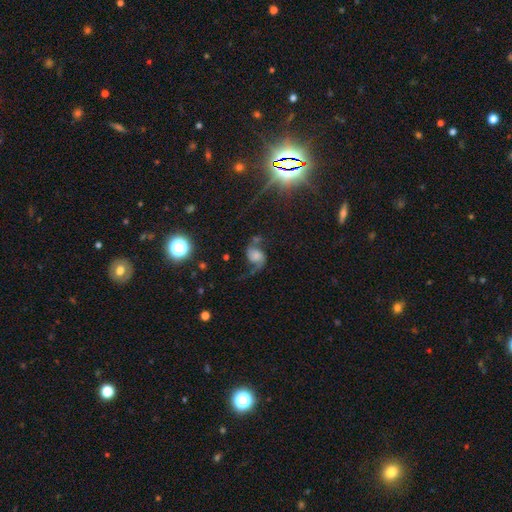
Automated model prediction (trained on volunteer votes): The model was most divided on "bulge size" (2-way tie): moderate: 27%, small: 27%, none: 20%, large: 17%, dominant: 9%. More confident: edge-on disk — no (97%); spiral arms — yes (94%); spiral arm count — 2 (89%); smooth or featured — featured or disk (73%); spiral winding — loose (73%); bar — no (67%); merging — none (54%).